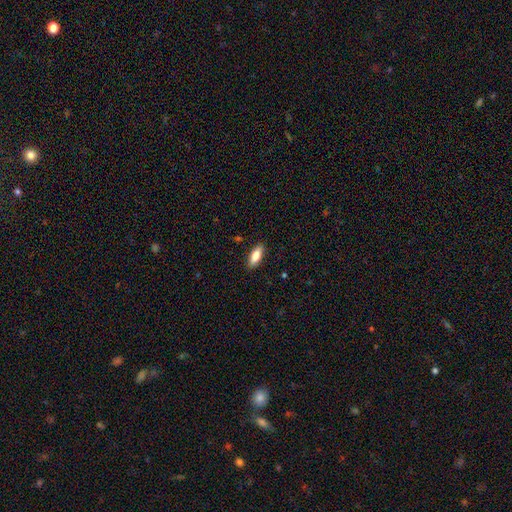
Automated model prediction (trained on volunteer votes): Smooth or featured: smooth — 83% (featured or disk — 11%)
How rounded: in between — 73% (cigar-shaped — 25%)
Merging: none — 88% (minor disturbance — 9%)